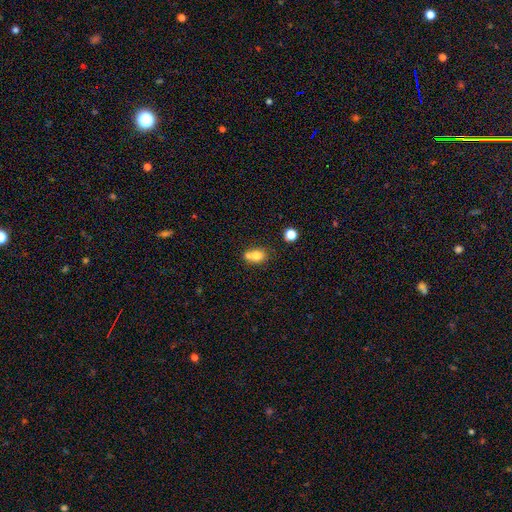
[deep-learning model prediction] smooth 76%, featured or disk 13%, star or artifact 11%. Down the decision tree: how rounded — in between (52%); merging — merger (49%).